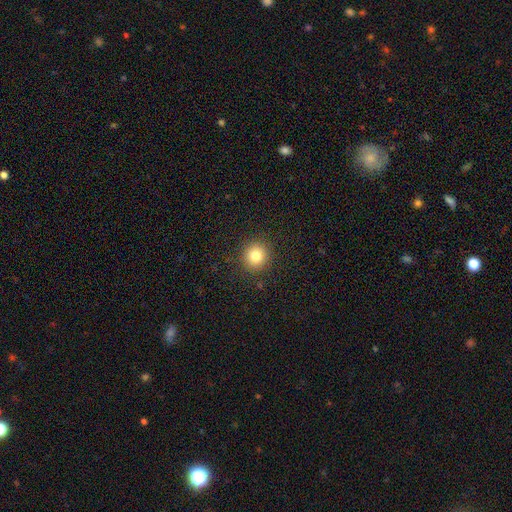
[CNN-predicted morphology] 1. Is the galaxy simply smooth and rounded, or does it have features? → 81% smooth, 12% star or artifact, 7% featured or disk.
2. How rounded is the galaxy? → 92% round, 7% in between, 1% cigar-shaped.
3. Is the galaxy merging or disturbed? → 91% none, 6% minor disturbance, 2% major disturbance, 1% merger.